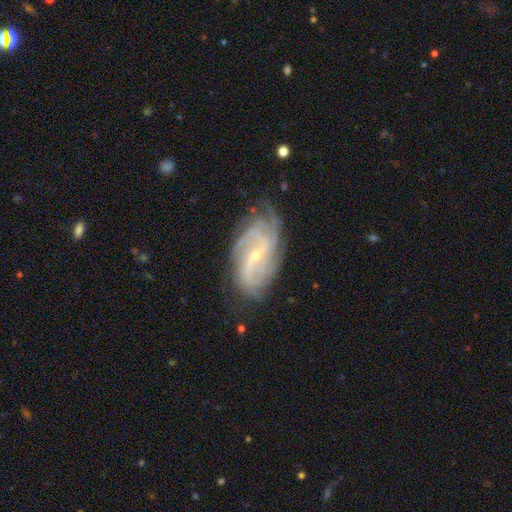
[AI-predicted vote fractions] smooth_or_featured: featured or disk (p=0.88) [alt: star or artifact p=0.06]
disk_edge_on: no (p=0.95) [alt: yes p=0.05]
bar: weak (p=0.46) [alt: no p=0.28]
has_spiral_arms: yes (p=0.96) [alt: no p=0.04]
spiral_winding: medium (p=0.43) [alt: tight p=0.36]
spiral_arm_count: 2 (p=0.28) [alt: can't tell p=0.24]
bulge_size: small (p=0.77) [alt: moderate p=0.20]
merging: none (p=0.71) [alt: minor disturbance p=0.20]